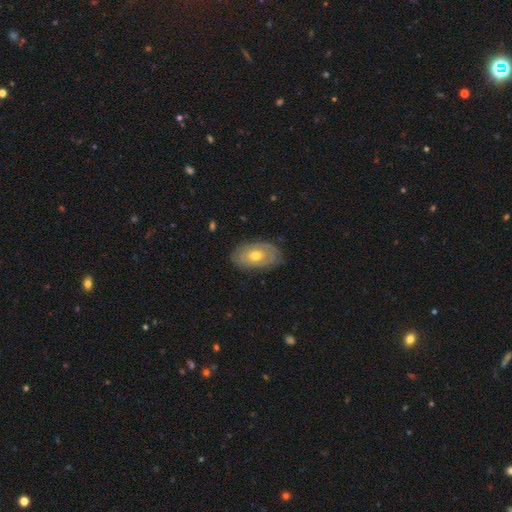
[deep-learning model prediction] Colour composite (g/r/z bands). It shows a featured or disk galaxy (58%) with no bar (84%), spiral arms (50%, tied with no) and a moderate central bulge (71%). Merging: none (81%).